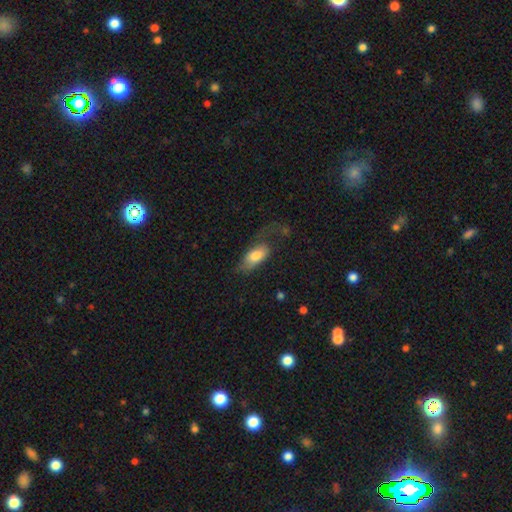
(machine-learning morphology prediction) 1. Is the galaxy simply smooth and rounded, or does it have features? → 70% smooth, 23% featured or disk, 6% star or artifact.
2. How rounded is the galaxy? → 88% in between, 8% cigar-shaped, 4% round.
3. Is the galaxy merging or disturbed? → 39% major disturbance, 34% none, 24% minor disturbance, 3% merger.